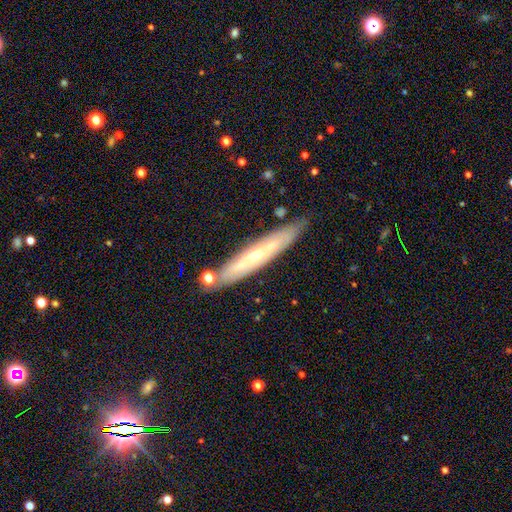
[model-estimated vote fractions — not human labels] Smooth or featured: featured or disk — 66% (smooth — 27%)
Edge-on disk: yes — 66% (no — 34%)
Merging: none — 81% (minor disturbance — 13%)